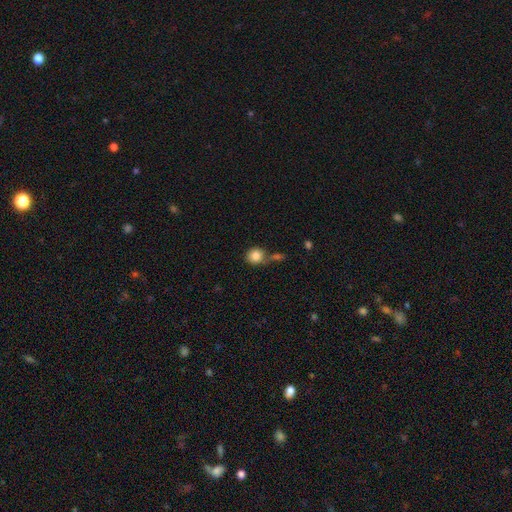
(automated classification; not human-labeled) The model was most divided on "merging": none: 52%, merger: 27%, minor disturbance: 14%, major disturbance: 7%. More confident: smooth or featured — smooth (84%); how rounded — round (83%).